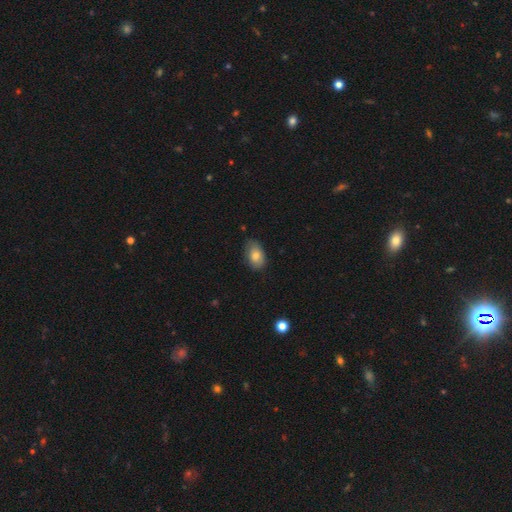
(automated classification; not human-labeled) The model was most divided on "merging": none: 72%, minor disturbance: 23%, major disturbance: 4%, merger: 1%. More confident: how rounded — in between (88%); smooth or featured — smooth (78%).